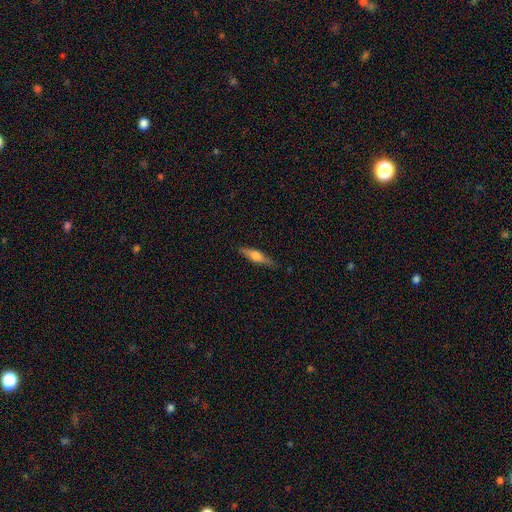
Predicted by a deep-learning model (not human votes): Smooth or featured?
  - smooth: 52% *
  - featured or disk: 42%
  - star or artifact: 6%
How rounded?
  - cigar-shaped: 72% *
  - in between: 25%
  - round: 2%
Merging?
  - none: 82% *
  - minor disturbance: 14%
  - major disturbance: 3%
  - merger: 1%